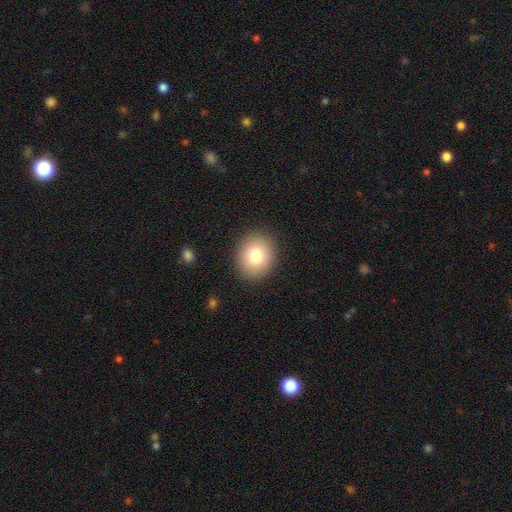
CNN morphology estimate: This is likely a smooth galaxy (80%). How rounded: likely round (70%). Merging: clearly none (89%).